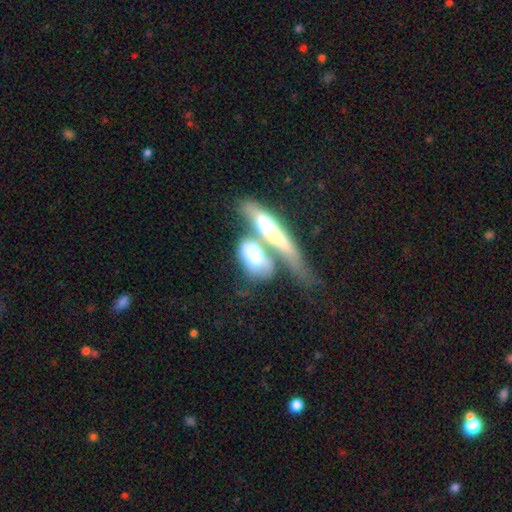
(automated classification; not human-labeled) Smooth or featured: smooth — 51% (featured or disk — 43%)
How rounded: in between — 56% (cigar-shaped — 35%)
Merging: merger — 66% (none — 16%)